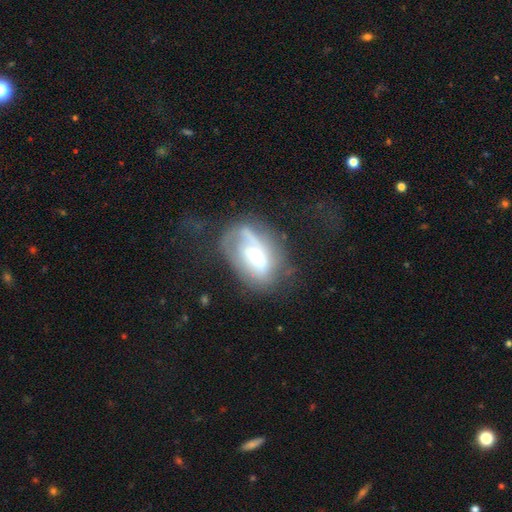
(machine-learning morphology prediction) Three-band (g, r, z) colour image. It shows a featured or disk galaxy (55%). Merging: none (41%).